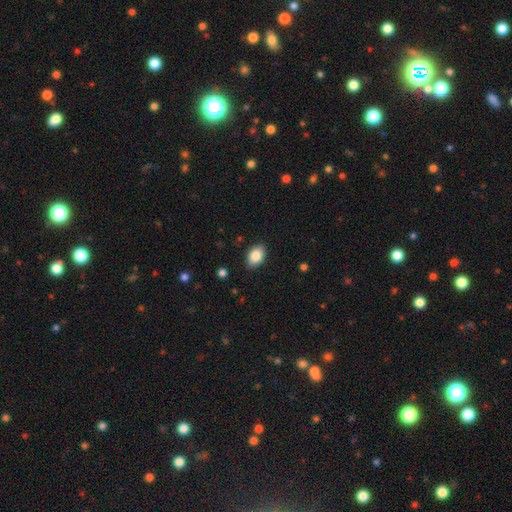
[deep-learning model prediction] This appears to be a smooth galaxy with no disk features (86%) that is in between round and cigar-shaped (86%). Merging: none (87%).